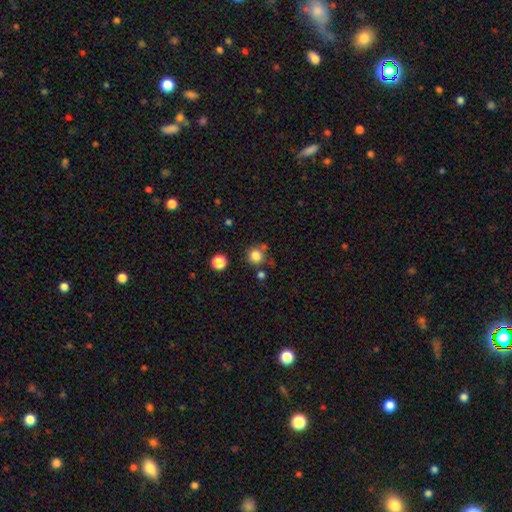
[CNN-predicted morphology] The model was most divided on "merging": none: 78%, minor disturbance: 10%, merger: 8%, major disturbance: 4%. More confident: how rounded — round (93%); smooth or featured — smooth (82%).